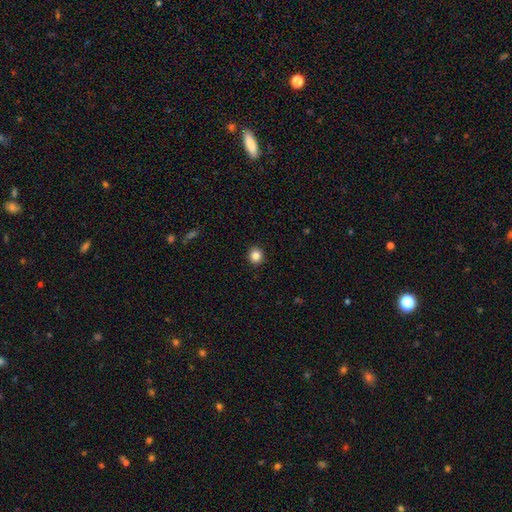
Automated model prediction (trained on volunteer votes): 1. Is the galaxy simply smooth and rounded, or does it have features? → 85% smooth, 10% star or artifact, 4% featured or disk.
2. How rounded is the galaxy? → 85% round, 14% in between, 1% cigar-shaped.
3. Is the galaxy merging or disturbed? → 92% none, 5% minor disturbance, 2% major disturbance, 1% merger.